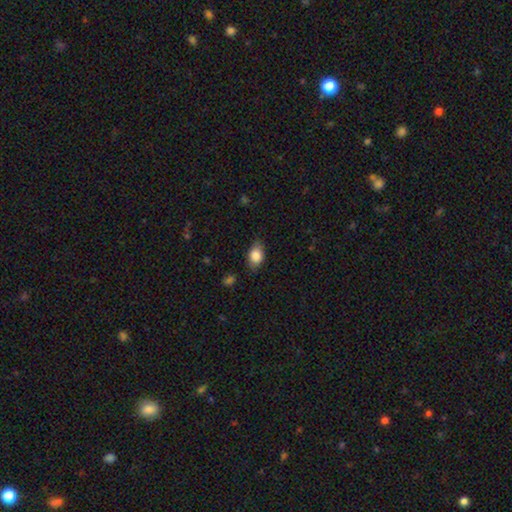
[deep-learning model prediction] Overall: smooth (83%). How rounded: in between (83%). Merging: none (76%).